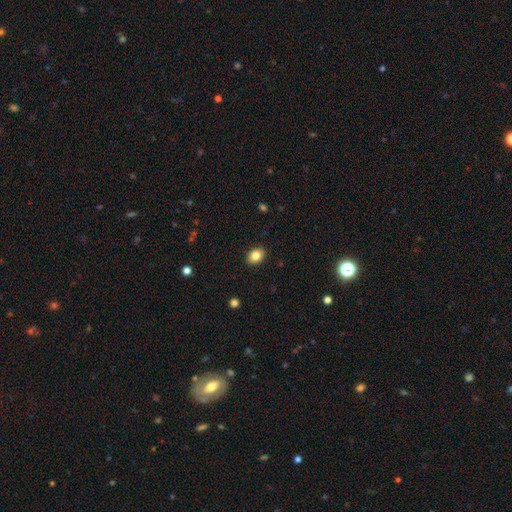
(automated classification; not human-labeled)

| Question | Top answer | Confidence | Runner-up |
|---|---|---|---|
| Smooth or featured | smooth | 85% | star or artifact (9%) |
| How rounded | in between | 72% | round (27%) |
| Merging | none | 89% | minor disturbance (8%) |